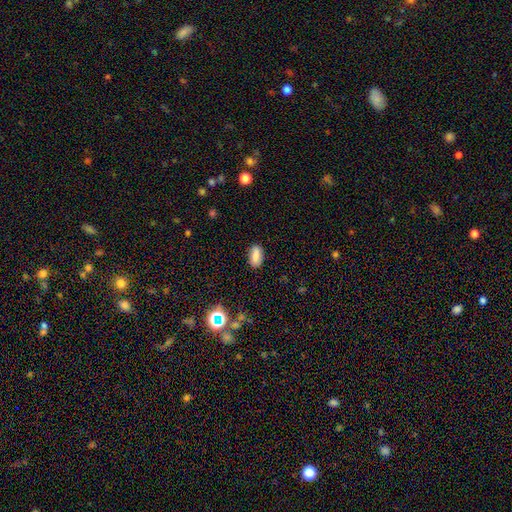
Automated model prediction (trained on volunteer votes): Smooth or featured?
  - smooth: 78% *
  - featured or disk: 12%
  - star or artifact: 11%
How rounded?
  - in between: 87% *
  - cigar-shaped: 8%
  - round: 5%
Merging?
  - none: 85% *
  - minor disturbance: 11%
  - major disturbance: 3%
  - merger: 2%